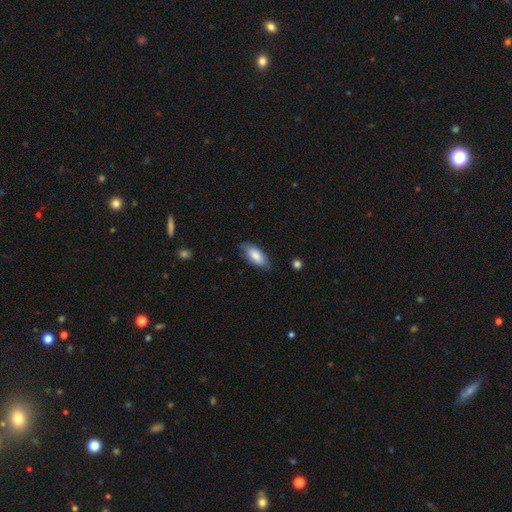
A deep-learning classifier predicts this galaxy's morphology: Smooth or featured: smooth — 82% (featured or disk — 13%)
How rounded: in between — 85% (cigar-shaped — 13%)
Merging: none — 81% (minor disturbance — 15%)